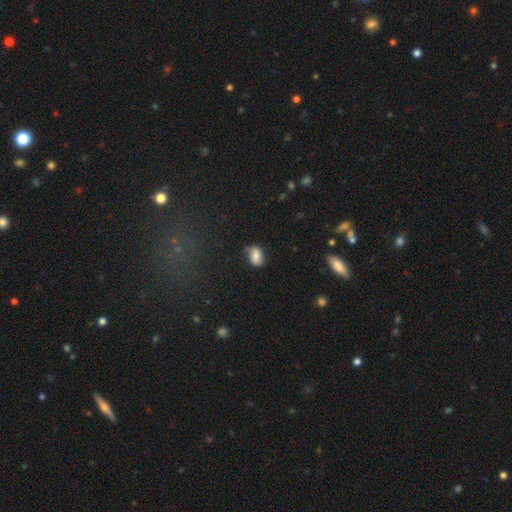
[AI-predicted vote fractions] Smooth or featured: smooth — 71% (featured or disk — 20%)
How rounded: in between — 84% (round — 14%)
Merging: none — 68% (minor disturbance — 24%)